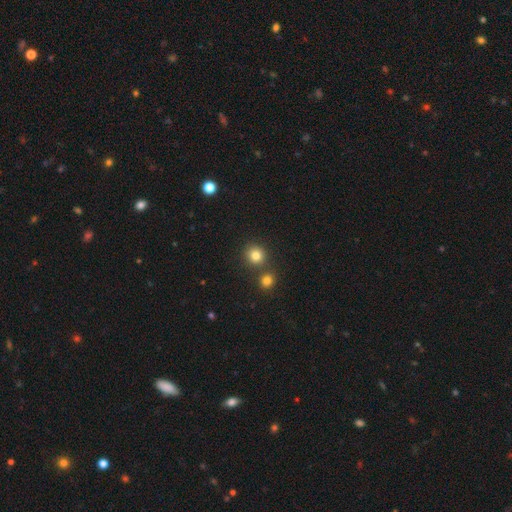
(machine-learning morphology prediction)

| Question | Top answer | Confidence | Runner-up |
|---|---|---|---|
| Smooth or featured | smooth | 81% | star or artifact (14%) |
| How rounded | round | 90% | in between (9%) |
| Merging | none | 75% | merger (16%) |